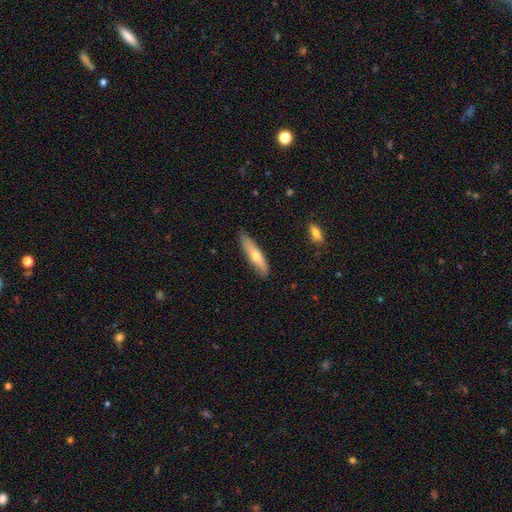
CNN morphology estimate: smooth 55%, featured or disk 39%, star or artifact 6%. Down the decision tree: how rounded — cigar-shaped (80%); merging — none (83%).